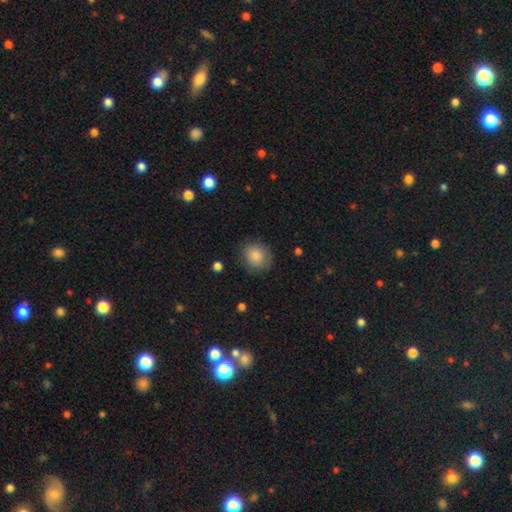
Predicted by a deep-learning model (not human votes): Smooth or featured?
  - smooth: 85% *
  - star or artifact: 8%
  - featured or disk: 7%
How rounded?
  - round: 76% *
  - in between: 23%
  - cigar-shaped: 1%
Merging?
  - none: 79% *
  - minor disturbance: 16%
  - major disturbance: 5%
  - merger: 1%